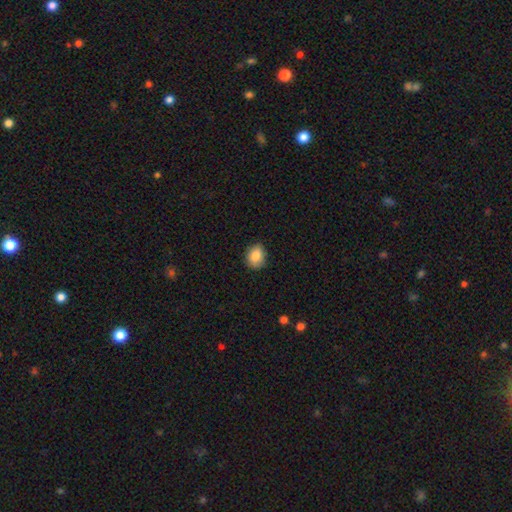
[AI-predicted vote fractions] smooth-or-featured: smooth: 83% | star or artifact: 9% | featured or disk: 8%
  how-rounded: round: 58% | in between: 41% | cigar-shaped: 1%
  merging: none: 82% | minor disturbance: 15% | major disturbance: 2% | merger: 1%